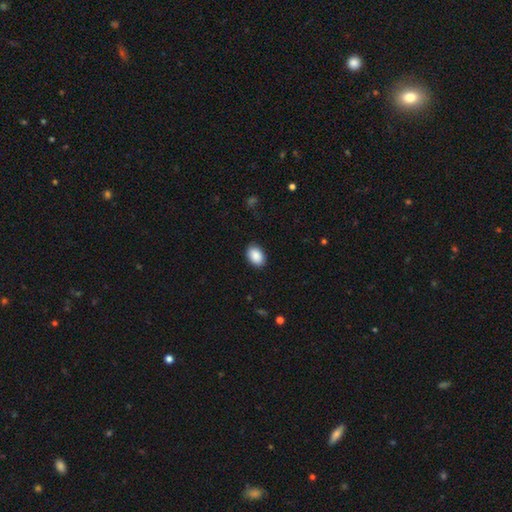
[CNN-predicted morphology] Smooth or featured? Predicted: smooth (p=0.90). How rounded? Predicted: in between (p=0.87). Merging? Predicted: none (p=0.88).